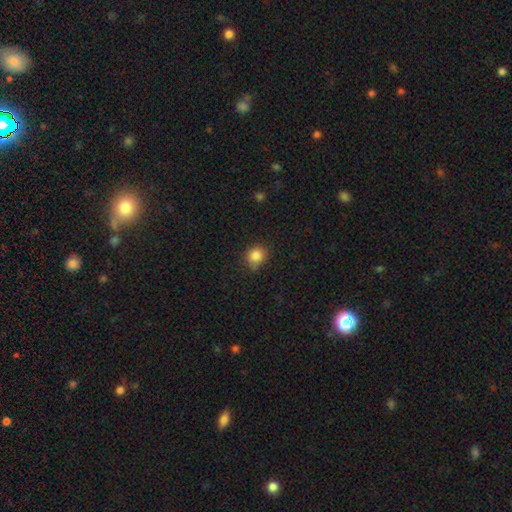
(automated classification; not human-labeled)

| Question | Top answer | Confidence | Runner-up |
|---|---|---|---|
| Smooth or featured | smooth | 85% | star or artifact (11%) |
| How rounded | round | 72% | in between (27%) |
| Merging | none | 73% | minor disturbance (21%) |